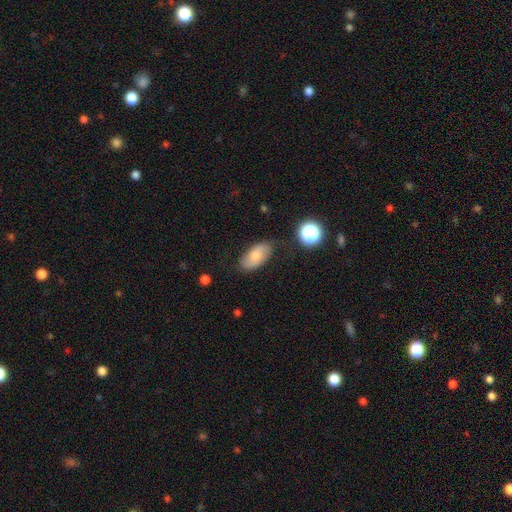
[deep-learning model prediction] smooth 66%, featured or disk 26%, star or artifact 8%. Down the decision tree: how rounded — in between (93%); merging — none (78%).